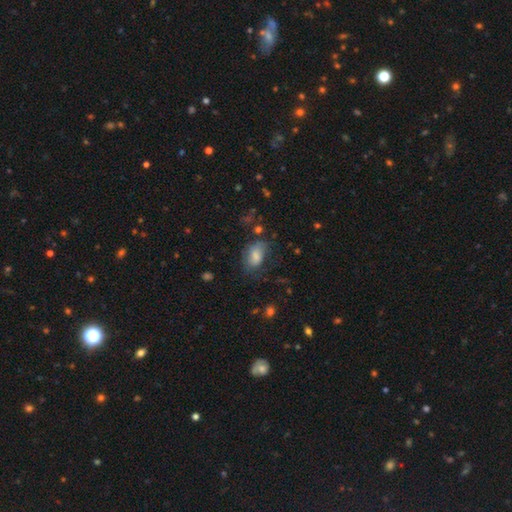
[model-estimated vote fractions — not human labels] This appears to be a smooth galaxy with no disk features (74%) that is in between round and cigar-shaped (86%). Merging: none (50%).